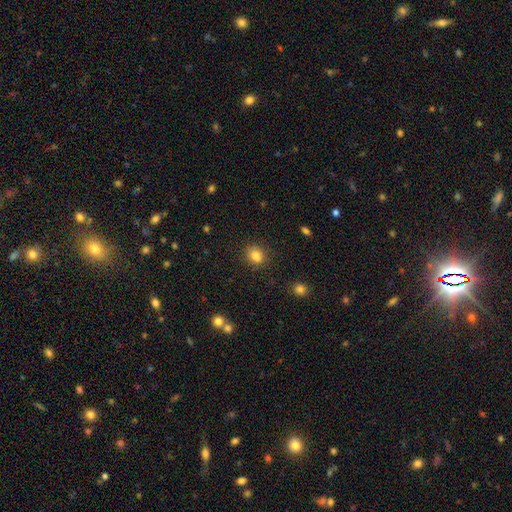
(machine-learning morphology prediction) smooth 83%, star or artifact 12%, featured or disk 6%. Down the decision tree: how rounded — round (64%); merging — none (81%).